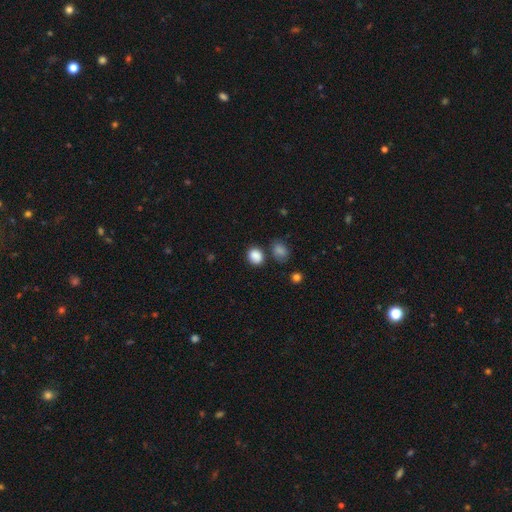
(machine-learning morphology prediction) Smooth or featured?
  - smooth: 87% *
  - star or artifact: 10%
  - featured or disk: 4%
How rounded?
  - round: 60% *
  - in between: 39%
  - cigar-shaped: 1%
Merging?
  - none: 73% *
  - minor disturbance: 13%
  - merger: 10%
  - major disturbance: 4%